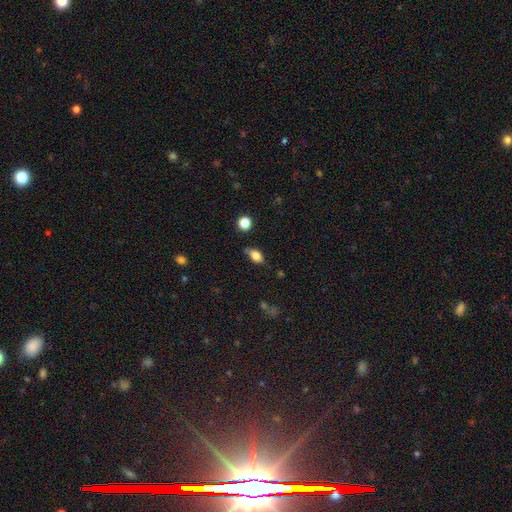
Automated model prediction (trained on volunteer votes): Smooth or featured? Predicted: smooth (p=0.80). How rounded? Predicted: in between (p=0.86). Merging? Predicted: none (p=0.71).